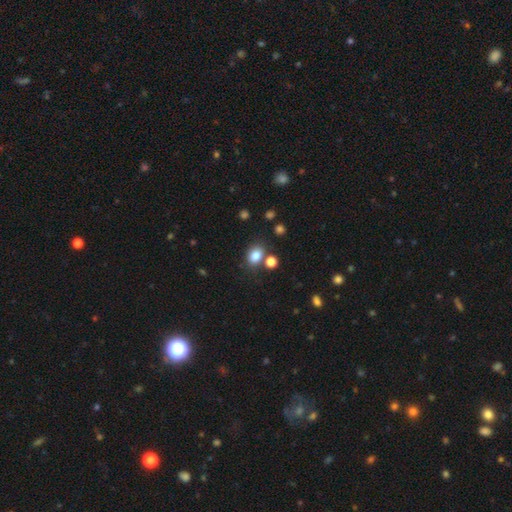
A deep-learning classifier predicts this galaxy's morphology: This is clearly a smooth galaxy (83%). How rounded: likely in between (61%). Merging: likely none (70%).